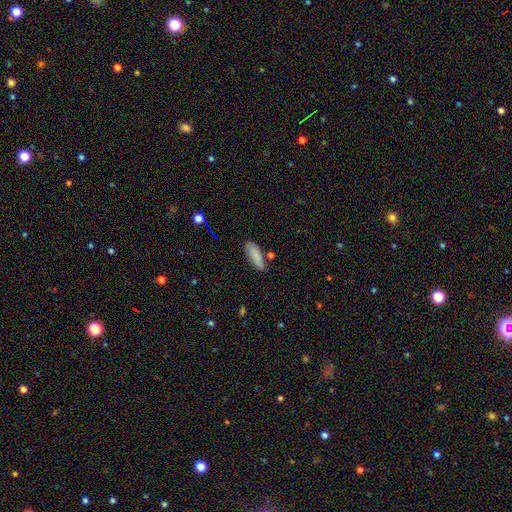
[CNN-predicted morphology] type=smooth (81%); roundness=in between (72%); merging=none (69%).